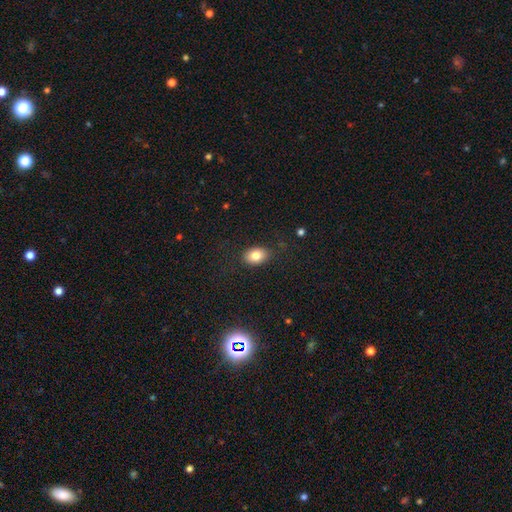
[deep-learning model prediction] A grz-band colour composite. It shows a smooth galaxy with no disk features (81%) that is in between round and cigar-shaped (78%). Merging: none (86%).